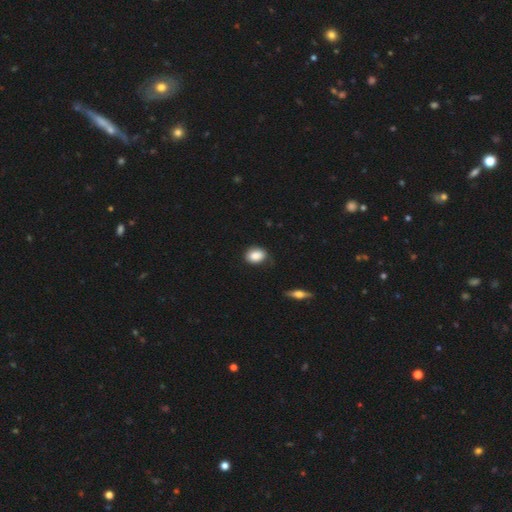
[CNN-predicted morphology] smooth 87%, star or artifact 8%, featured or disk 6%. Down the decision tree: how rounded — in between (61%); merging — none (76%).